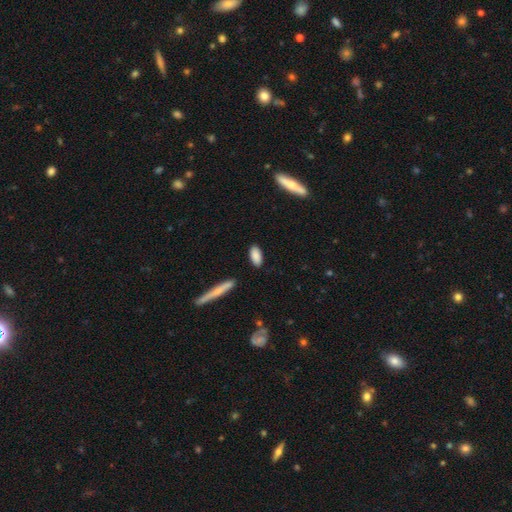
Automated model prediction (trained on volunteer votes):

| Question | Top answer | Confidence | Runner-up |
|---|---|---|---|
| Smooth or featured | smooth | 88% | star or artifact (6%) |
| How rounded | in between | 88% | cigar-shaped (10%) |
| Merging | none | 88% | minor disturbance (9%) |